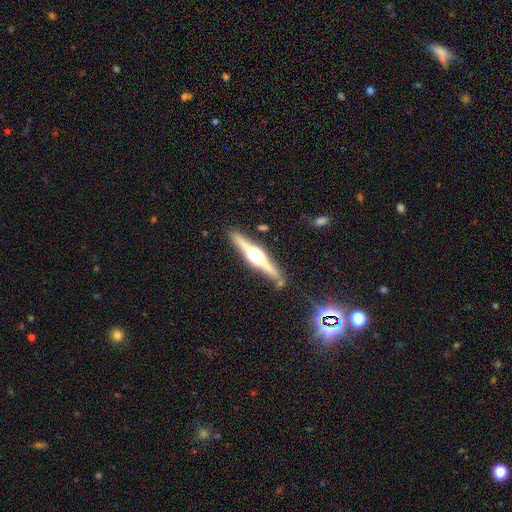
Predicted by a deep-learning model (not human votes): Smooth or featured? Predicted: featured or disk (p=0.79). Edge-on disk? Predicted: yes (p=0.98). Edge-on bulge? Predicted: rounded (p=0.93). Merging? Predicted: none (p=0.85).